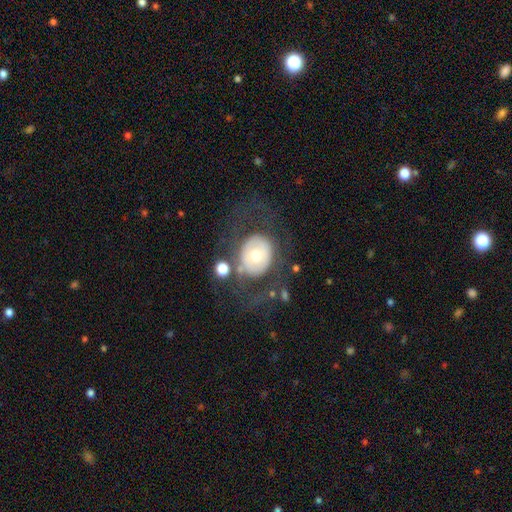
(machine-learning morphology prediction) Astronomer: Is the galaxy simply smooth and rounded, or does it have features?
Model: smooth — 46% (runner-up: featured or disk, 45%).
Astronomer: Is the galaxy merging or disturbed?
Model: none — 58%.